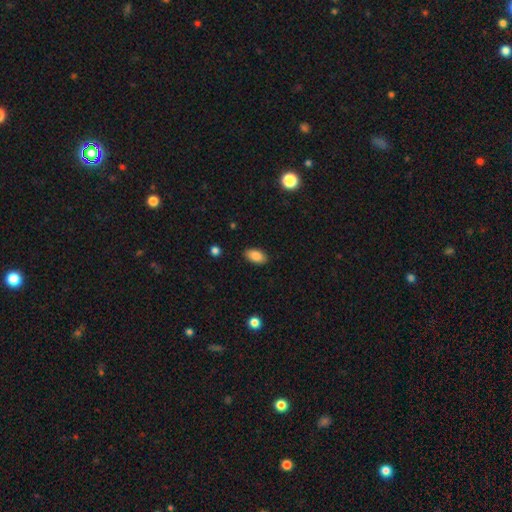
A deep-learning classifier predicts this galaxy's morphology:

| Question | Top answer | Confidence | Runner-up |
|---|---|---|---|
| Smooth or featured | smooth | 87% | star or artifact (8%) |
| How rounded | in between | 93% | round (5%) |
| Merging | none | 88% | minor disturbance (9%) |